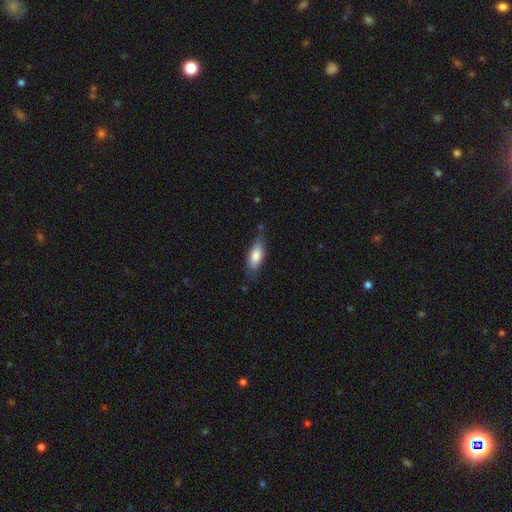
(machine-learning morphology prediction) Smooth or featured: smooth — 79% (featured or disk — 15%)
How rounded: in between — 75% (cigar-shaped — 23%)
Merging: none — 70% (minor disturbance — 22%)